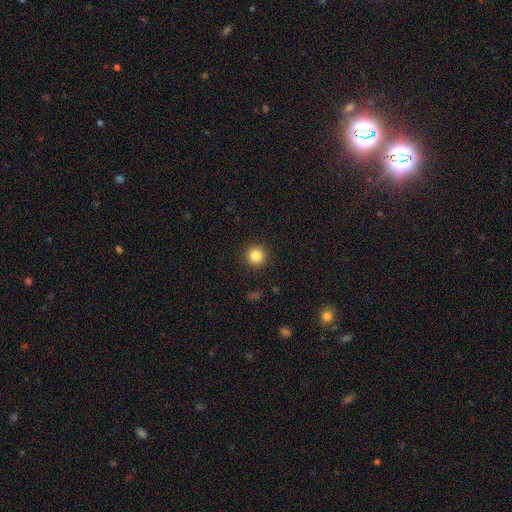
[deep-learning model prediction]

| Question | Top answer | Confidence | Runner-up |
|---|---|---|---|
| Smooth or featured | smooth | 84% | star or artifact (11%) |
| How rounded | round | 95% | in between (4%) |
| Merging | none | 92% | minor disturbance (5%) |